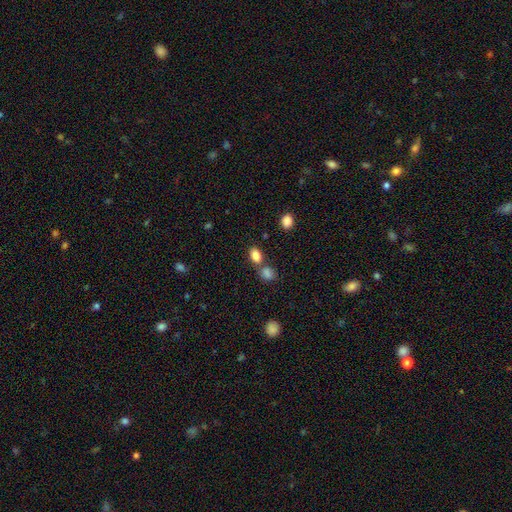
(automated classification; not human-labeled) Smooth or featured? smooth (85%)
How rounded? in between (83%)
Merging? none (54%)